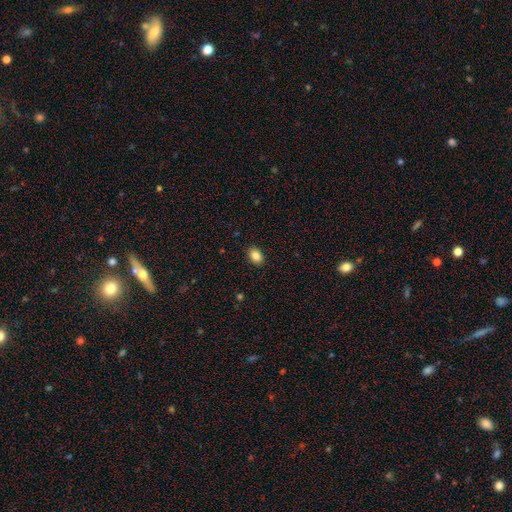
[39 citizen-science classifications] This is clearly a smooth galaxy (87%). How rounded: clearly in between (85%). Merging: clearly none (89%).